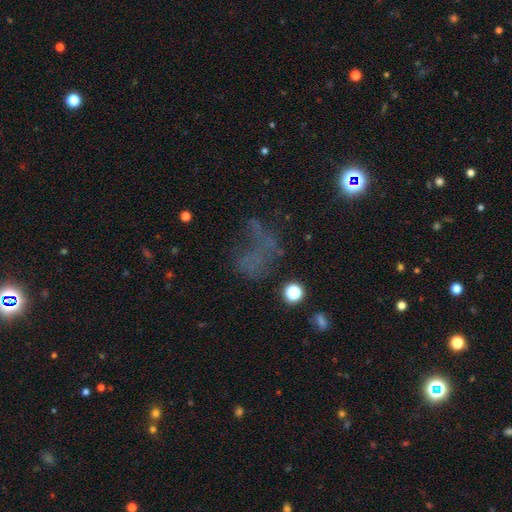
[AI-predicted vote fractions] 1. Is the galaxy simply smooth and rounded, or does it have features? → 39% star or artifact, 33% smooth, 28% featured or disk.